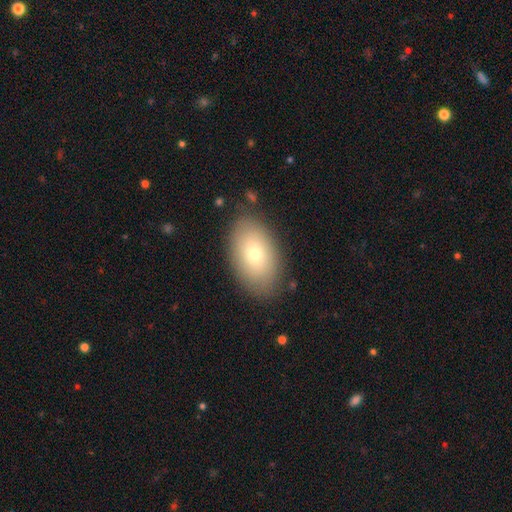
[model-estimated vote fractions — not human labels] smooth 72%, featured or disk 19%, star or artifact 9%. Down the decision tree: how rounded — in between (91%); merging — none (85%).